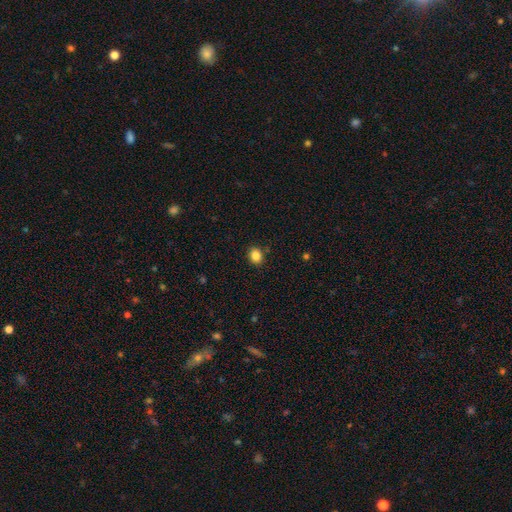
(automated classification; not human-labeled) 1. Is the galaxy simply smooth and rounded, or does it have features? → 85% smooth, 10% star or artifact, 4% featured or disk.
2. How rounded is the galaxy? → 51% round, 48% in between, 1% cigar-shaped.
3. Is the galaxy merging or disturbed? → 87% none, 9% minor disturbance, 2% major disturbance, 1% merger.